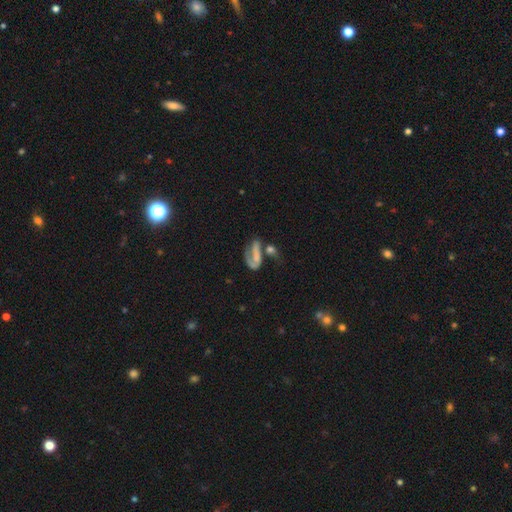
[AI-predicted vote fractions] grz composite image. It shows a featured or disk galaxy (51%). Merging: merger (33%).